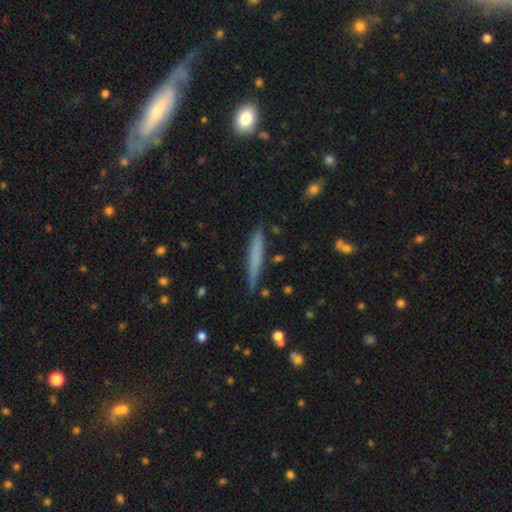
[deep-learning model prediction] Morphology: type=smooth (64%); roundness=cigar-shaped (96%); merging=none (85%).